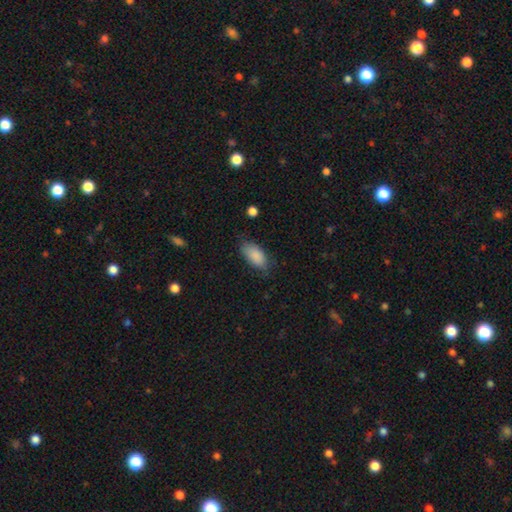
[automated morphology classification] smooth-or-featured: smooth: 87% | star or artifact: 7% | featured or disk: 6%
  how-rounded: in between: 92% | cigar-shaped: 5% | round: 3%
  merging: none: 71% | minor disturbance: 23% | major disturbance: 5% | merger: 1%